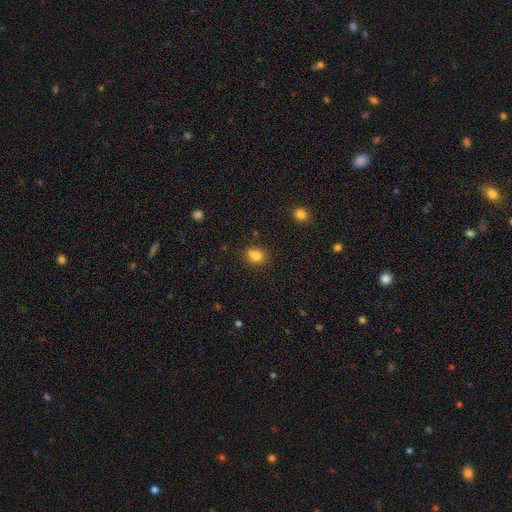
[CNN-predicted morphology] Q: Smooth or featured?
A: smooth (81%); runner-up: star or artifact (12%)
Q: How rounded?
A: round (56%); runner-up: in between (42%)
Q: Merging?
A: none (68%); runner-up: minor disturbance (18%)